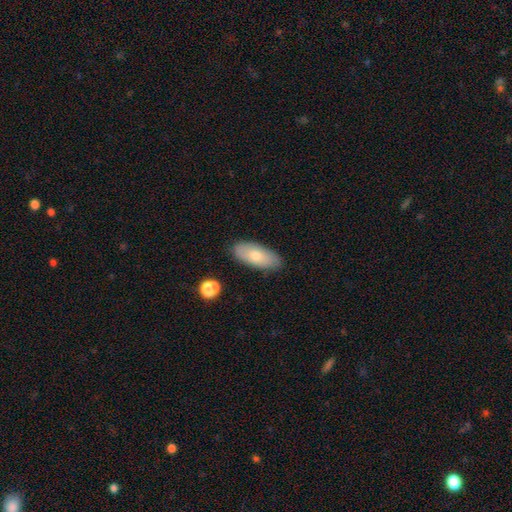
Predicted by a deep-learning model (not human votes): A smooth galaxy with no disk features (73%) that is in between round and cigar-shaped (86%).

Vote fractions:
- Smooth or featured? smooth: 73% / featured or disk: 20% / star or artifact: 7%
- How rounded? in between: 86% / cigar-shaped: 11% / round: 3%
- Merging? none: 84% / minor disturbance: 12% / major disturbance: 2% / merger: 2%